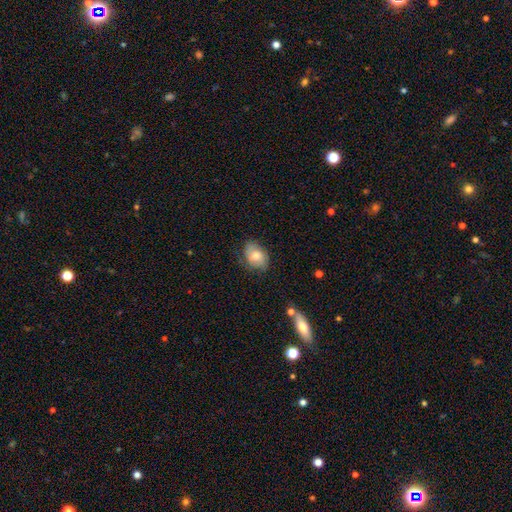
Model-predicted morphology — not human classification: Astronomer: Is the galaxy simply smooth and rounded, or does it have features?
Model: smooth — 63%.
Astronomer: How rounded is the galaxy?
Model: in between — 73%.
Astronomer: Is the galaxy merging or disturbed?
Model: none — 70%.